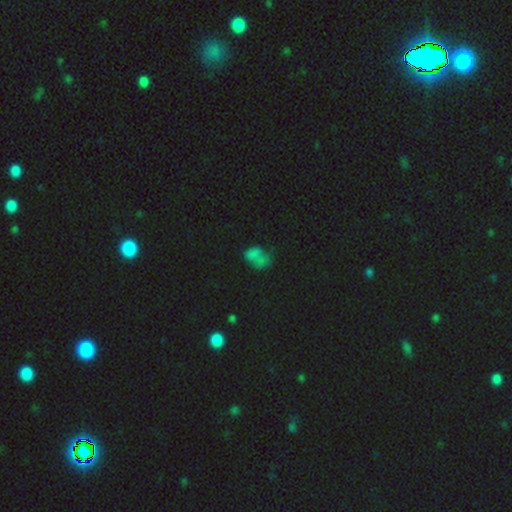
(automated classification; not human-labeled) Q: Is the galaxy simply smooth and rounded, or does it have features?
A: smooth — 57%.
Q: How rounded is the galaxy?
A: in between — 75%.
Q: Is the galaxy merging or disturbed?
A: none — 32%, tied with major disturbance.